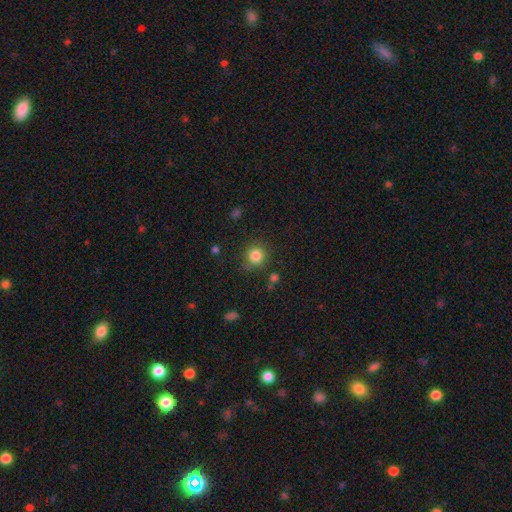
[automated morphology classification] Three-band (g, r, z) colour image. It shows a smooth galaxy with no disk features (83%) that is round (90%). Merging: none (83%).